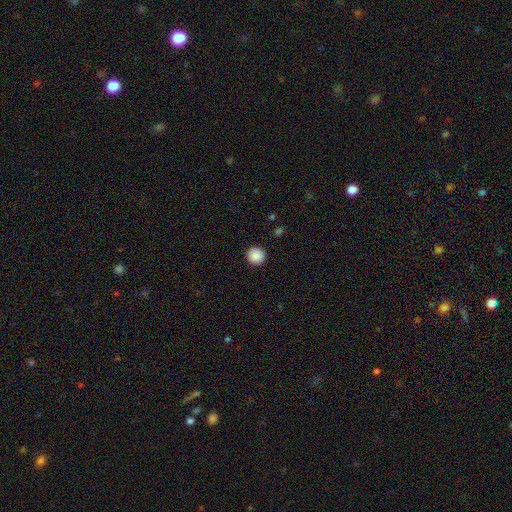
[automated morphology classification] A smooth galaxy with no disk features (89%) that is round (93%). Merging: none (92%).